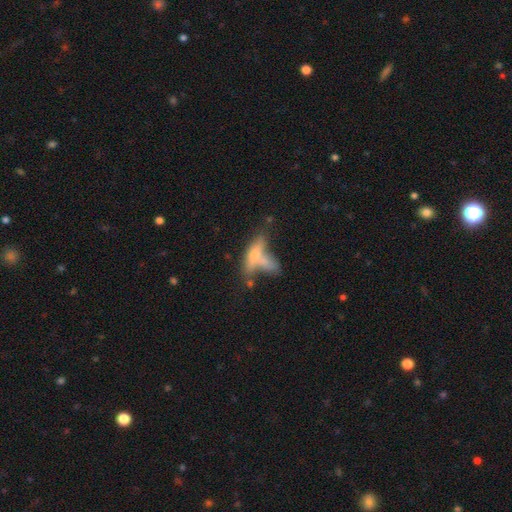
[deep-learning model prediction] Smooth or featured?
  - smooth: 56% *
  - featured or disk: 35%
  - star or artifact: 9%
How rounded?
  - in between: 49% *
  - cigar-shaped: 46%
  - round: 4%
Merging?
  - merger: 45% *
  - none: 32%
  - minor disturbance: 13%
  - major disturbance: 10%